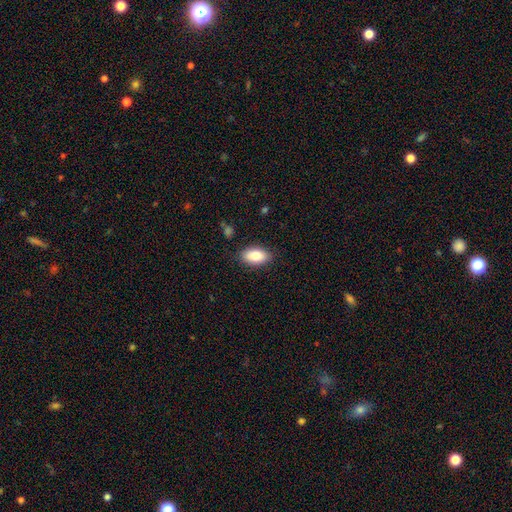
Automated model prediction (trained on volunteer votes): Smooth or featured?
  - smooth: 82% *
  - featured or disk: 11%
  - star or artifact: 7%
How rounded?
  - in between: 92% *
  - round: 5%
  - cigar-shaped: 3%
Merging?
  - none: 86% *
  - minor disturbance: 10%
  - major disturbance: 2%
  - merger: 1%